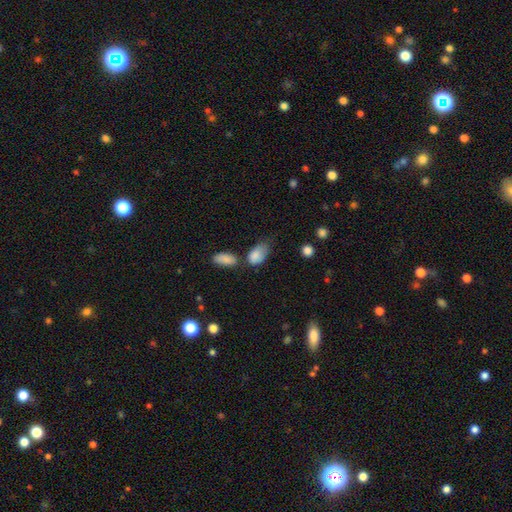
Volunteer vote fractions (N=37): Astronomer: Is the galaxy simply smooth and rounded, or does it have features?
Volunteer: smooth — 89%.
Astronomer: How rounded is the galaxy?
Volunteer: in between — 88%.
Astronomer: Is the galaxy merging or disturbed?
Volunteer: none — 31%, tied with minor disturbance at 31%.